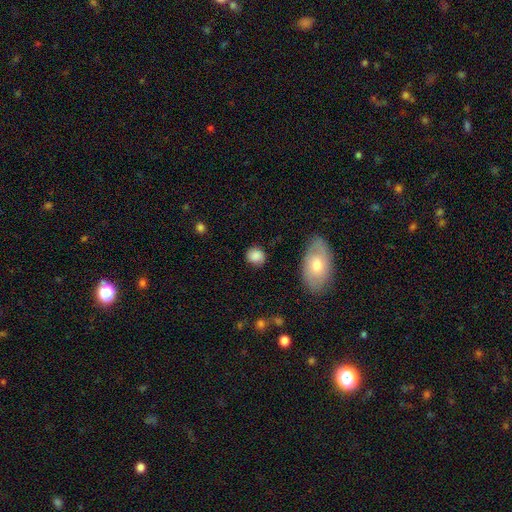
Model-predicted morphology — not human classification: A smooth galaxy with no disk features (81%) that is round (77%). Merging: none (77%).